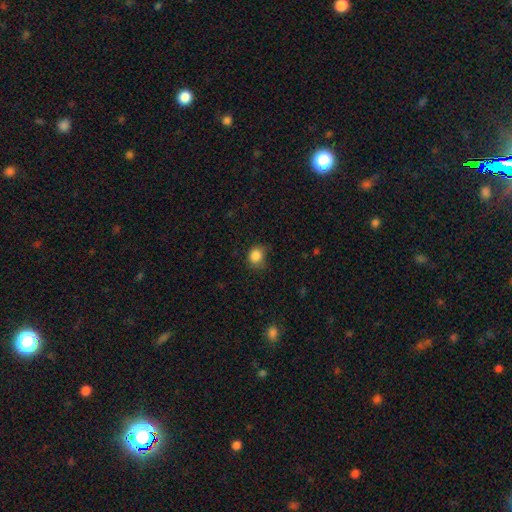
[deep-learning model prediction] Q: Smooth or featured?
A: smooth (85%); runner-up: star or artifact (11%)
Q: How rounded?
A: round (72%); runner-up: in between (27%)
Q: Merging?
A: none (62%); runner-up: minor disturbance (28%)